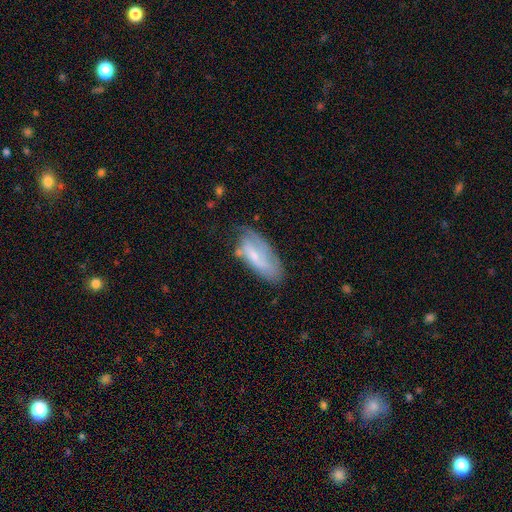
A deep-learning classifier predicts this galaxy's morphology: Q: Smooth or featured?
A: featured or disk (51%); runner-up: smooth (41%)
Q: Edge-on disk?
A: no (87%); runner-up: yes (13%)
Q: Merging?
A: none (50%); runner-up: minor disturbance (31%)